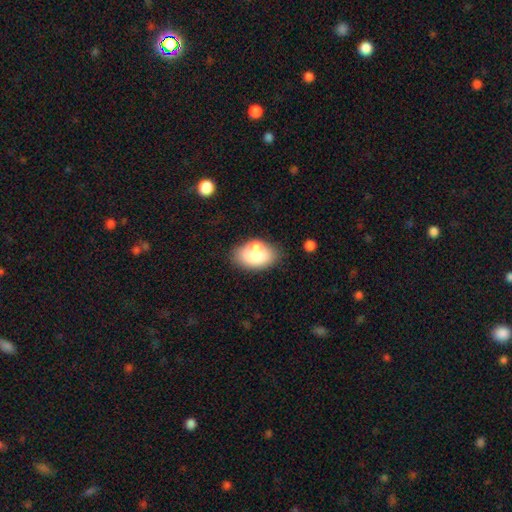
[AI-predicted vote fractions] Overall: smooth (76%). How rounded: in between (90%). Merging: none (52%; merger 23%).